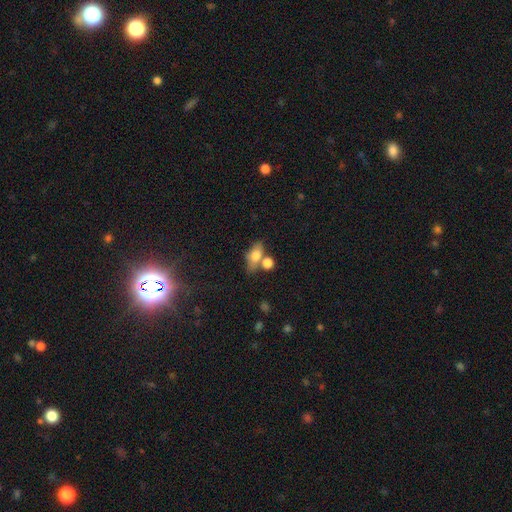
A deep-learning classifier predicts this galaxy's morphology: A smooth galaxy with no disk features (71%) that is in between round and cigar-shaped (76%). Merging: none (47%).